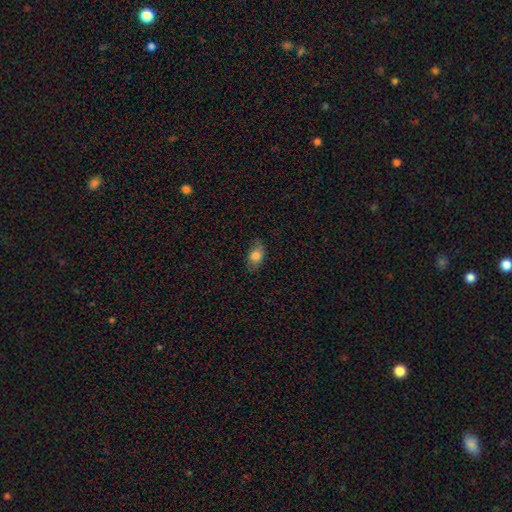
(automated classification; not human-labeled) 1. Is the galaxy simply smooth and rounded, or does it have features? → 79% smooth, 12% featured or disk, 9% star or artifact.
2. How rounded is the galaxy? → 81% in between, 16% round, 3% cigar-shaped.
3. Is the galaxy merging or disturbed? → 75% none, 19% minor disturbance, 5% major disturbance, 1% merger.